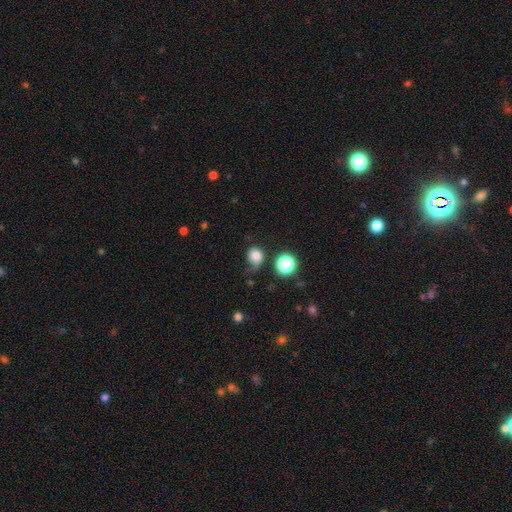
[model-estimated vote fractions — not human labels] smooth-or-featured: smooth: 76% | star or artifact: 13% | featured or disk: 10%
  how-rounded: round: 71% | in between: 28% | cigar-shaped: 1%
  merging: none: 42% | minor disturbance: 31% | major disturbance: 21% | merger: 5%